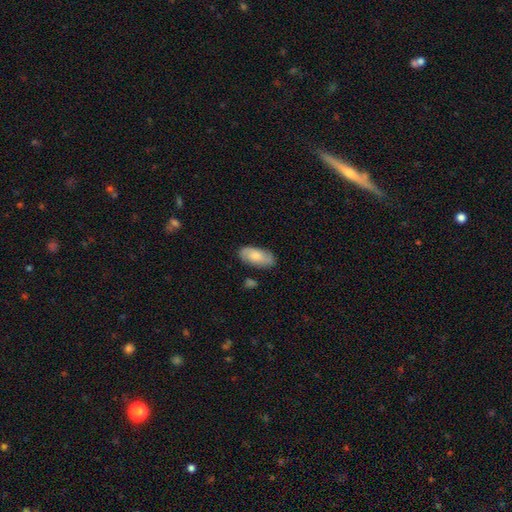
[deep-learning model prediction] Q: Smooth or featured?
A: smooth (64%); runner-up: featured or disk (29%)
Q: How rounded?
A: in between (90%); runner-up: cigar-shaped (7%)
Q: Merging?
A: none (78%); runner-up: minor disturbance (15%)